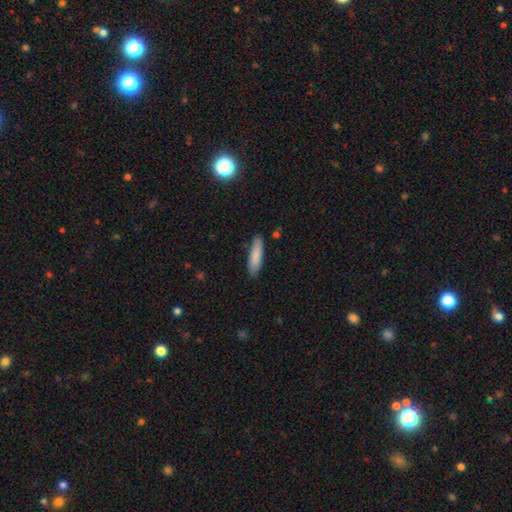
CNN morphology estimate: smooth-or-featured: smooth: 85% | featured or disk: 10% | star or artifact: 6%
  how-rounded: cigar-shaped: 72% | in between: 27% | round: 1%
  merging: none: 84% | minor disturbance: 13% | major disturbance: 2% | merger: 2%